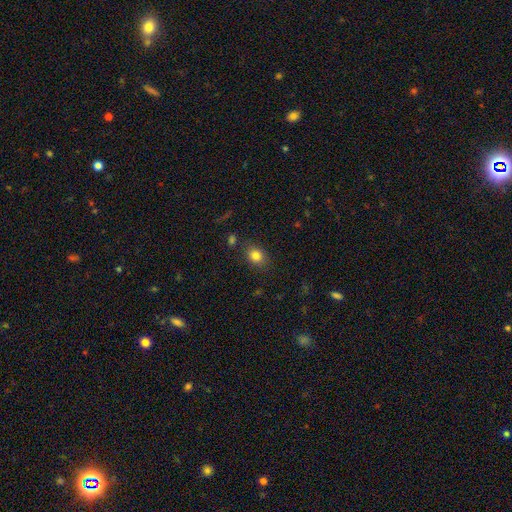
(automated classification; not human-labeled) Overall: smooth (81%). How rounded: round (52%; in between 47%). Merging: none (83%).